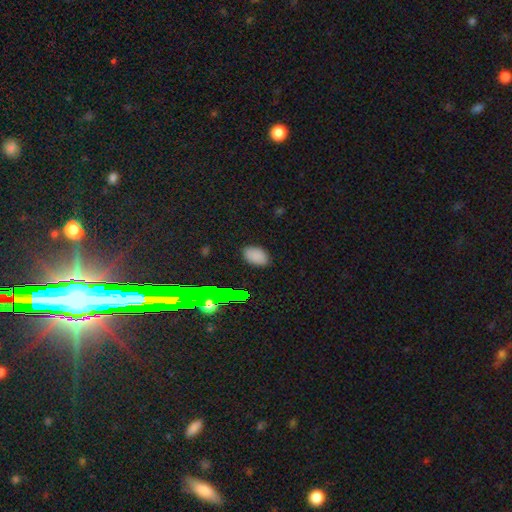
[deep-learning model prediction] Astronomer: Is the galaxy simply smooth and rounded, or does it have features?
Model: smooth — 81%.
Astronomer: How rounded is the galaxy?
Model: in between — 92%.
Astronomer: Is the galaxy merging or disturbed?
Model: none — 87%.